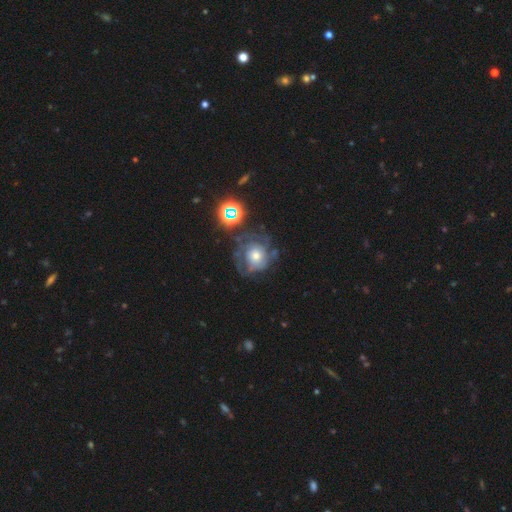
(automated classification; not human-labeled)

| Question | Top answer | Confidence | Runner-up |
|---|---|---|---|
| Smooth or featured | featured or disk | 62% | smooth (23%) |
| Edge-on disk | no | 97% | yes (3%) |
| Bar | no | 84% | weak (13%) |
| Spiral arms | yes | 74% | no (26%) |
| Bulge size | moderate | 56% | small (30%) |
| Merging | none | 55% | major disturbance (20%) |